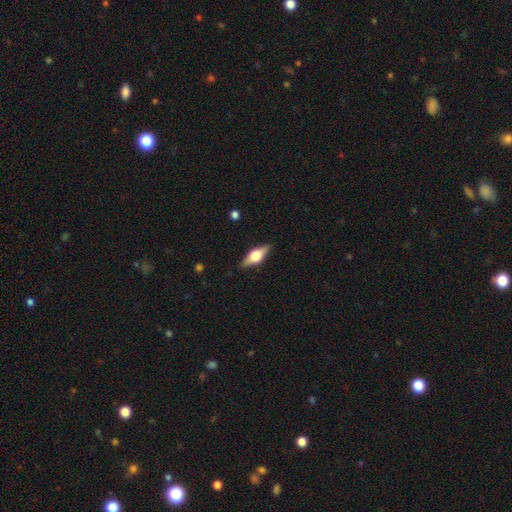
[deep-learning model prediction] This appears to be a featured or disk galaxy (63%) viewed edge-on (95%) with a rounded central bulge (93%). Merging: none (88%).